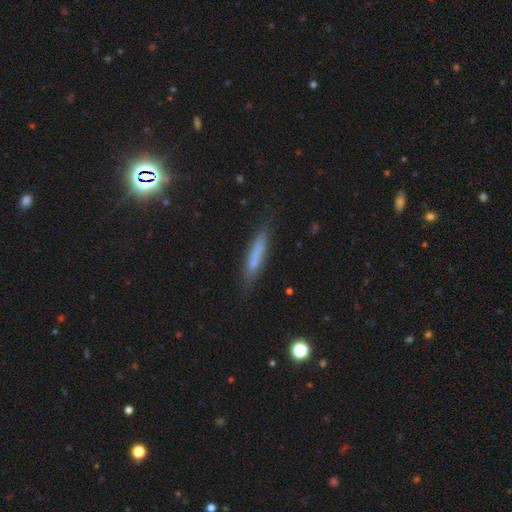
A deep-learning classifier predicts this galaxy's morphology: Smooth or featured? Predicted: smooth (p=0.68). How rounded? Predicted: cigar-shaped (p=0.90). Merging? Predicted: none (p=0.82).